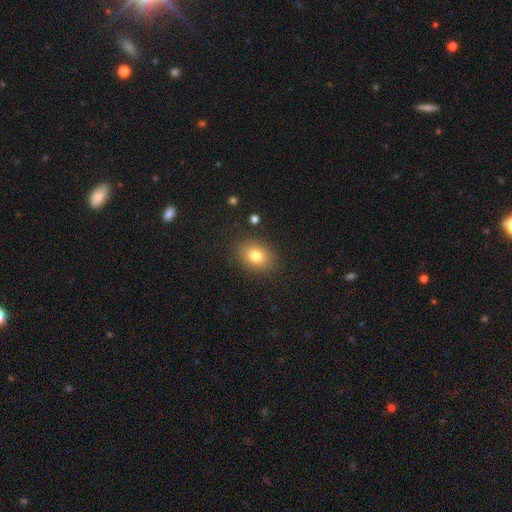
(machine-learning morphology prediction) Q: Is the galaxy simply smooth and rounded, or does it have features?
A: smooth — 79%.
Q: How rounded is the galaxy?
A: in between — 61%.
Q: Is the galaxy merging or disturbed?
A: none — 86%.